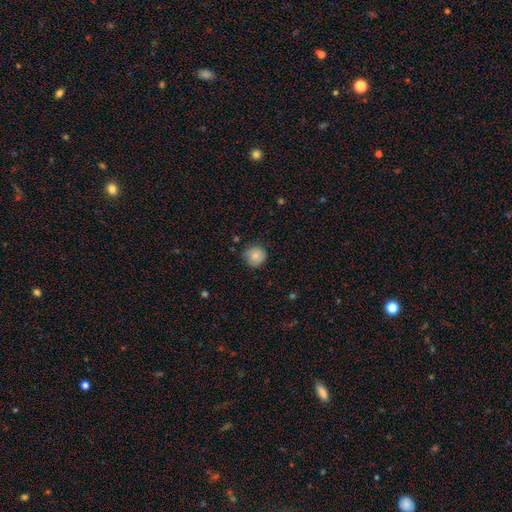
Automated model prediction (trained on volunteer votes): Smooth or featured?
  - smooth: 82% *
  - featured or disk: 10%
  - star or artifact: 8%
How rounded?
  - round: 92% *
  - in between: 7%
  - cigar-shaped: 1%
Merging?
  - none: 78% *
  - minor disturbance: 18%
  - major disturbance: 3%
  - merger: 1%